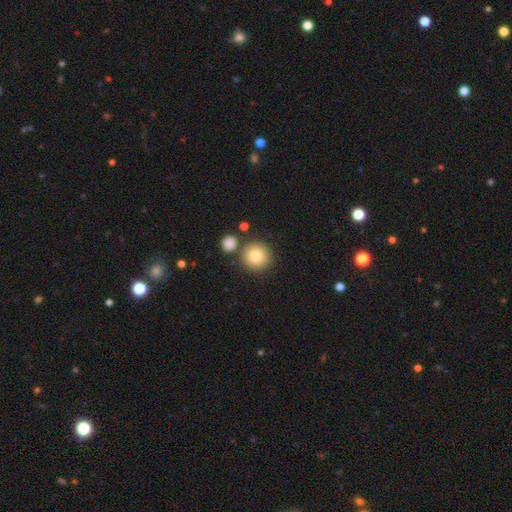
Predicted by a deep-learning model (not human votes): Overall: smooth (81%). How rounded: round (94%). Merging: none (80%).